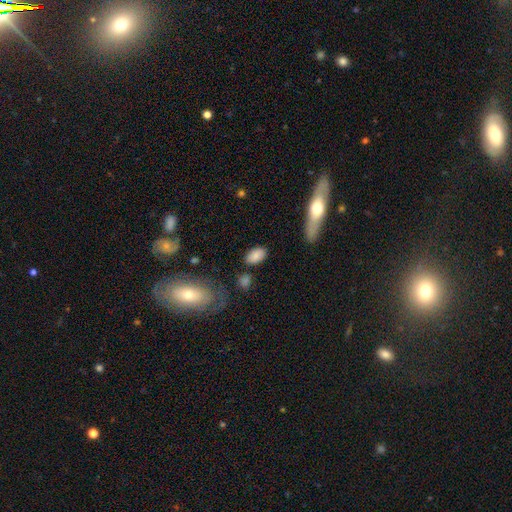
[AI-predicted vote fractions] The model was most divided on "merging": none: 80%, minor disturbance: 12%, merger: 4%, major disturbance: 4%. More confident: how rounded — in between (91%); smooth or featured — smooth (84%).